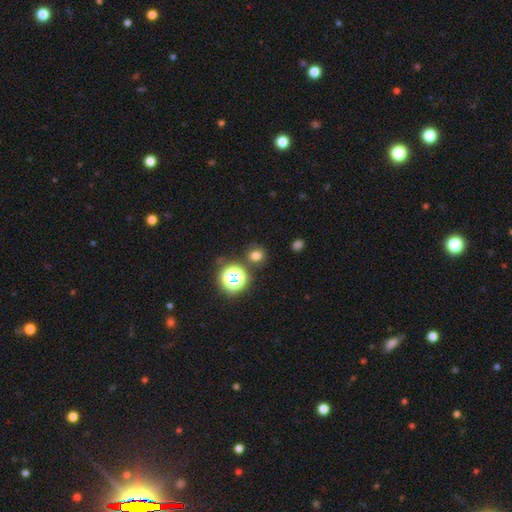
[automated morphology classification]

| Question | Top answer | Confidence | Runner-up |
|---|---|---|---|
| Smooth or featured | smooth | 70% | star or artifact (23%) |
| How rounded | round | 71% | in between (28%) |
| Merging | none | 80% | minor disturbance (11%) |